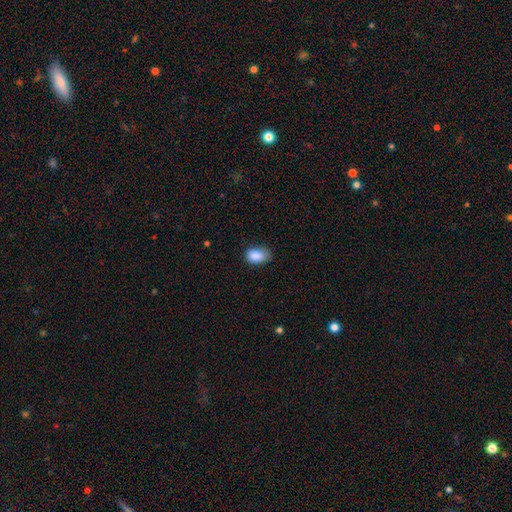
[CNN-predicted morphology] Smooth or featured? smooth (87%)
How rounded? in between (85%)
Merging? none (64%)